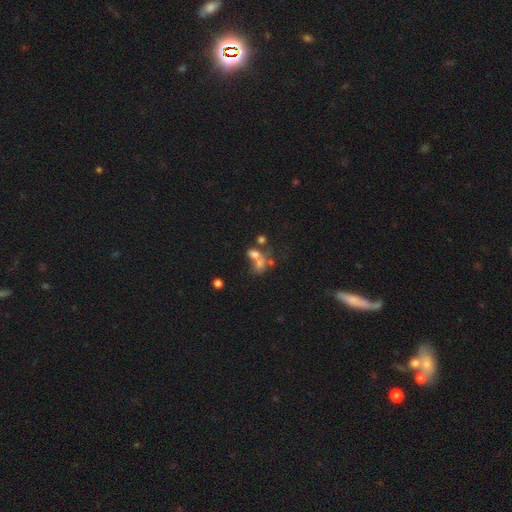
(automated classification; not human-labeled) This appears to be a smooth galaxy with no disk features (53%) that is in between round and cigar-shaped (61%). Merging: merger (53%).